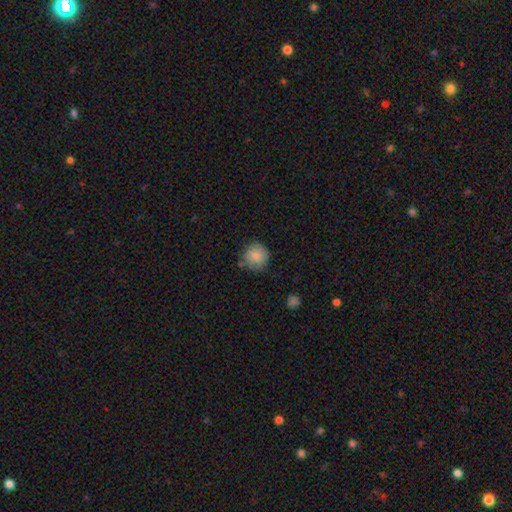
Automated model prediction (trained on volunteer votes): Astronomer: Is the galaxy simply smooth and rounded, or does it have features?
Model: smooth — 83%.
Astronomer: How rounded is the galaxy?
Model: round — 93%.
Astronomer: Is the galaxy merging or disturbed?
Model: none — 76%.